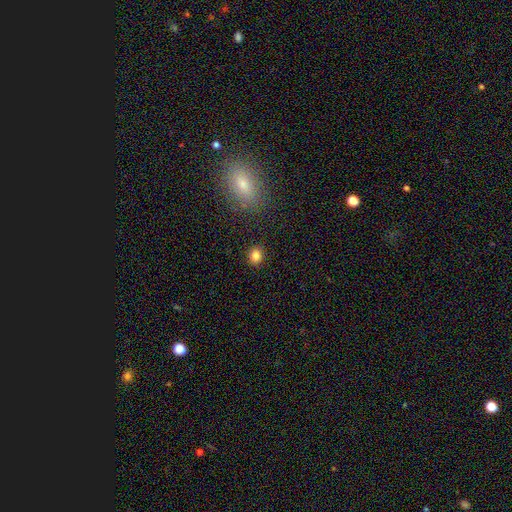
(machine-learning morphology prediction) smooth 83%, star or artifact 11%, featured or disk 5%. Down the decision tree: how rounded — round (73%); merging — none (89%).